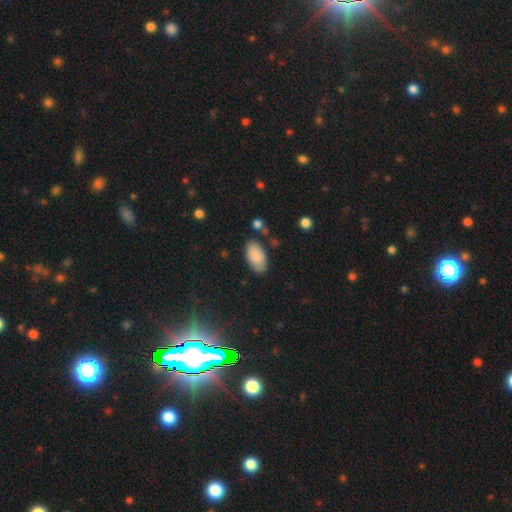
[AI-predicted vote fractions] Overall: smooth (87%). How rounded: in between (95%). Merging: none (78%).